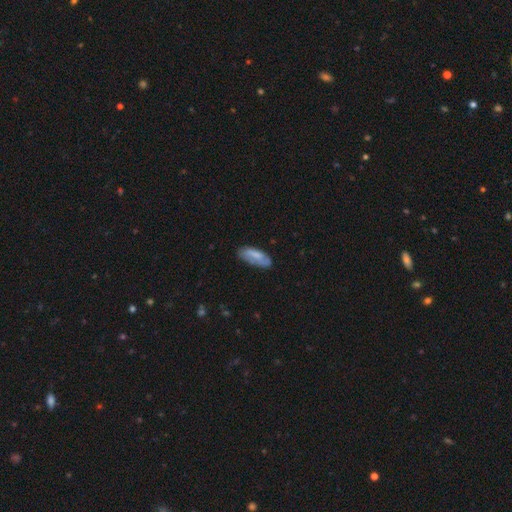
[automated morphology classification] Smooth or featured? smooth (67%)
How rounded? in between (71%)
Merging? none (63%)